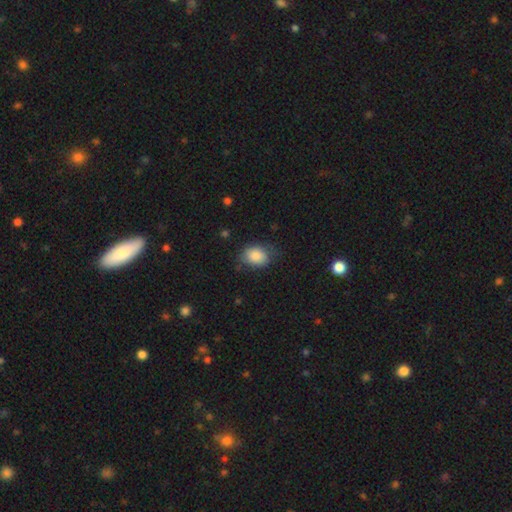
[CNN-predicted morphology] type=smooth (85%); roundness=in between (66%); merging=none (65%).